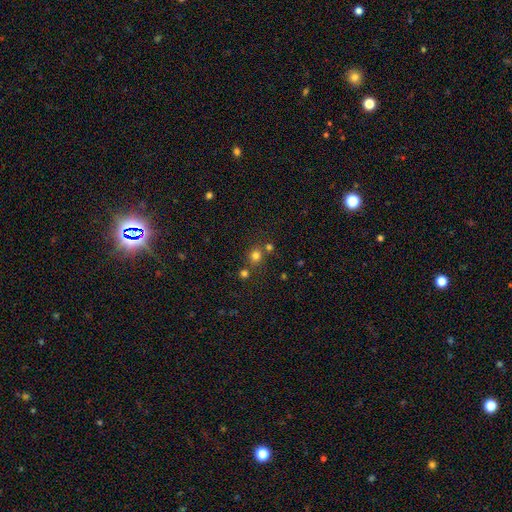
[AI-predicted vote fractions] smooth-or-featured: smooth: 74% | star or artifact: 19% | featured or disk: 7%
  how-rounded: round: 86% | in between: 13% | cigar-shaped: 1%
  merging: none: 69% | merger: 19% | minor disturbance: 8% | major disturbance: 3%